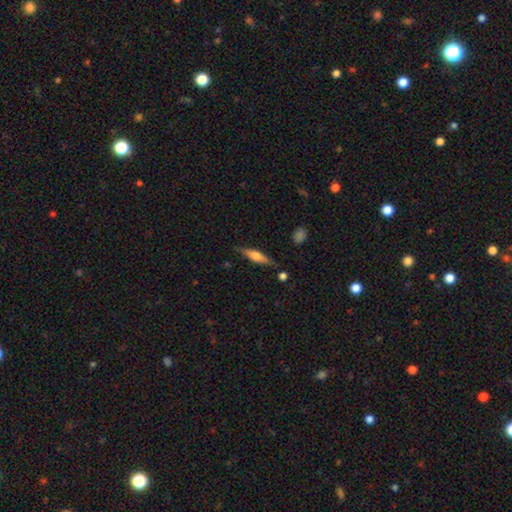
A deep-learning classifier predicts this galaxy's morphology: Smooth or featured? Predicted: featured or disk (p=0.49). Merging? Predicted: none (p=0.79).